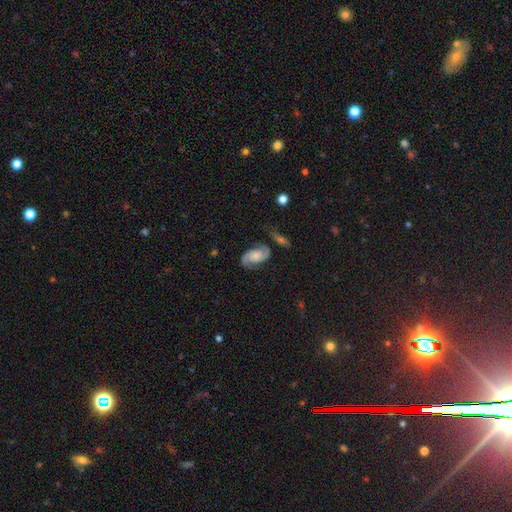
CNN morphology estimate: Smooth or featured? featured or disk (83%)
Edge-on disk? no (97%)
Bar? no (65%)
Spiral arms? yes (97%)
Spiral winding? medium (50%)
Spiral arm count? 2 (93%)
Bulge size? moderate (32%)
Merging? none (73%)